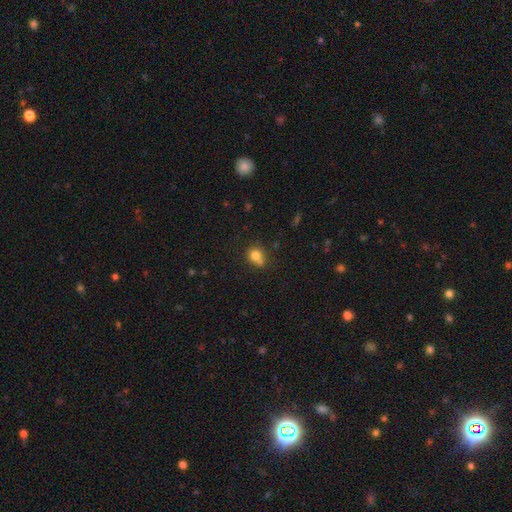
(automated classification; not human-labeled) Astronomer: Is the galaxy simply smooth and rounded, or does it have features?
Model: smooth — 78%.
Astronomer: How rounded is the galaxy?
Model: round — 72%.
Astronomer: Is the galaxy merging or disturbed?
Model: none — 50%.